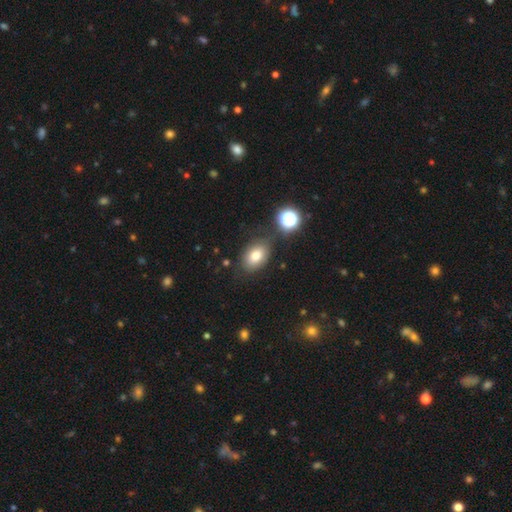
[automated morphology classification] Smooth or featured? Predicted: smooth (p=0.77). How rounded? Predicted: in between (p=0.79). Merging? Predicted: none (p=0.76).